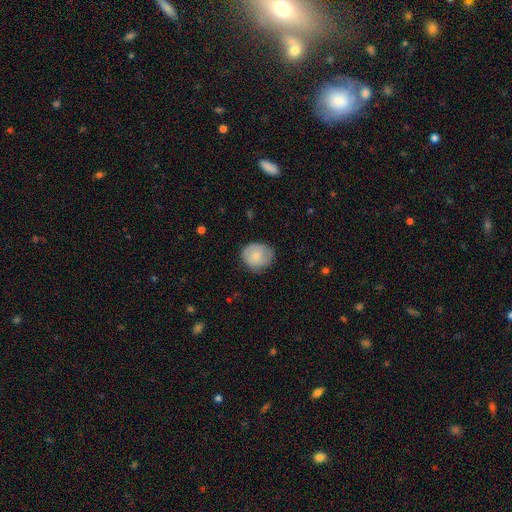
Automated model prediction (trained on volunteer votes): The model was most divided on "smooth or featured": smooth: 70%, featured or disk: 23%, star or artifact: 7%. More confident: how rounded — round (74%); merging — none (73%).